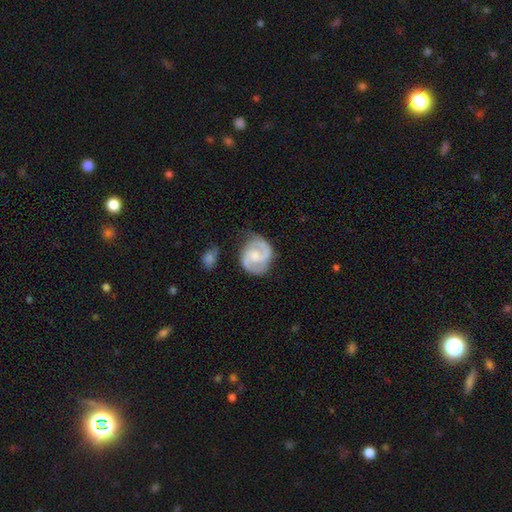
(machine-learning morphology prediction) smooth-or-featured: featured or disk: 84% | smooth: 11% | star or artifact: 5%
  disk-edge-on: no: 98% | yes: 2%
    bar: weak: 46% | no: 45% | strong: 9%
    has-spiral-arms: yes: 97% | no: 3%
      spiral-winding: medium: 54% | tight: 32% | loose: 14%
      spiral-arm-count: 2: 91% | can't tell: 4% | 1: 2% | 3: 2% | 4: 1% | more than 4: 1%
    bulge-size: moderate: 43% | small: 35% | none: 14% | large: 5% | dominant: 1%
  merging: none: 71% | minor disturbance: 20% | major disturbance: 6% | merger: 3%